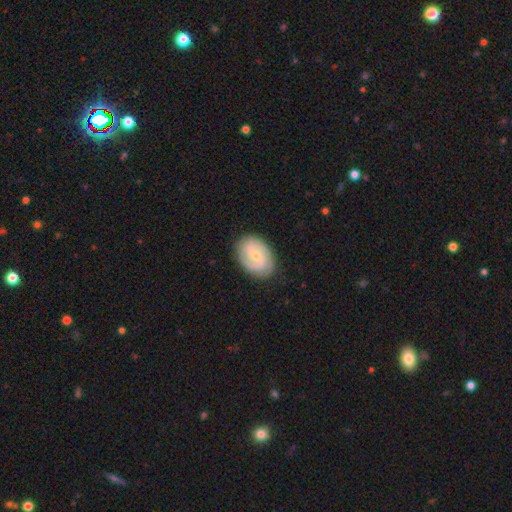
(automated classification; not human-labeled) Smooth or featured?
  - featured or disk: 77% *
  - smooth: 19%
  - star or artifact: 5%
Edge-on disk?
  - no: 97% *
  - yes: 3%
Bar?
  - no: 50% *
  - weak: 43%
  - strong: 8%
Spiral arms?
  - yes: 94% *
  - no: 6%
Spiral winding?
  - tight: 45% *
  - medium: 42%
  - loose: 13%
Spiral arm count?
  - 2: 68% *
  - can't tell: 13%
  - 3: 12%
  - 1: 3%
  - 4: 2%
  - more than 4: 2%
Bulge size?
  - small: 63% *
  - moderate: 34%
  - none: 1%
  - large: 1%
  - dominant: 1%
Merging?
  - none: 84% *
  - minor disturbance: 12%
  - major disturbance: 3%
  - merger: 1%